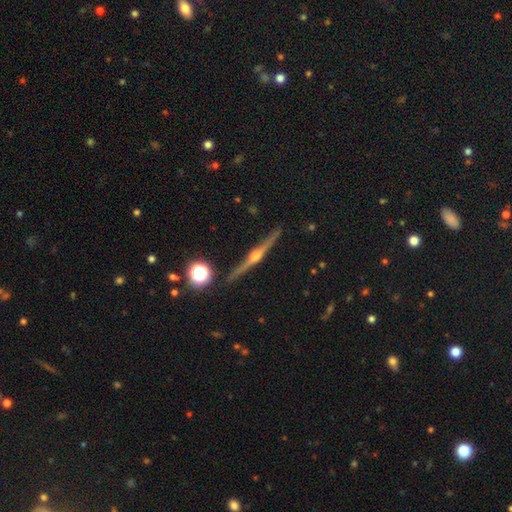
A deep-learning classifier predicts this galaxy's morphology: The model was most divided on "smooth or featured": featured or disk: 86%, smooth: 8%, star or artifact: 6%. More confident: edge-on disk — yes (98%); edge-on bulge — rounded (93%); merging — none (91%).